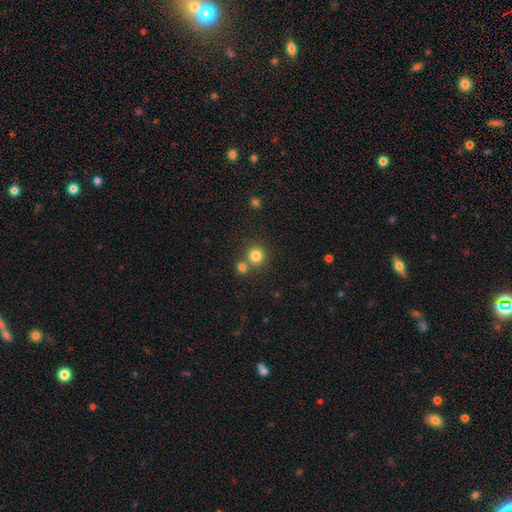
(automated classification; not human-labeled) smooth 81%, star or artifact 13%, featured or disk 6%. Down the decision tree: how rounded — round (92%); merging — none (68%).